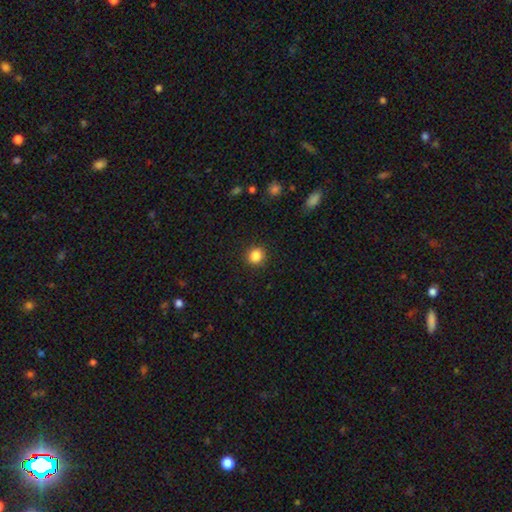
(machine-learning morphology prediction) Smooth or featured? Predicted: smooth (p=0.85). How rounded? Predicted: round (p=0.90). Merging? Predicted: none (p=0.91).